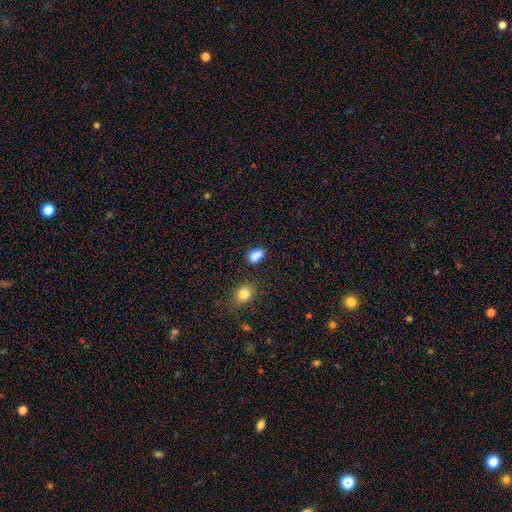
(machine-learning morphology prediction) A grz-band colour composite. It shows a smooth galaxy with no disk features (84%) that is in between round and cigar-shaped (82%). Merging: none (66%).